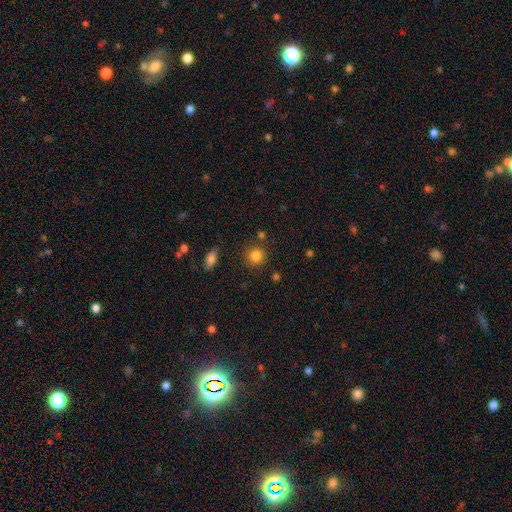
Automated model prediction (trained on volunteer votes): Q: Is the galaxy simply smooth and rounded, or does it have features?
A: smooth — 84%.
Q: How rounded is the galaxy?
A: round — 91%.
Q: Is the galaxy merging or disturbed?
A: none — 83%.